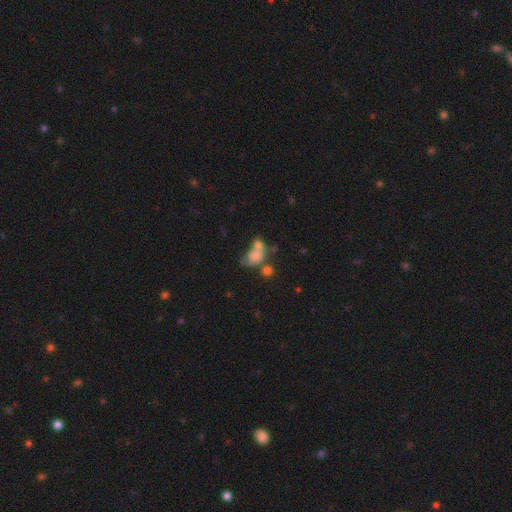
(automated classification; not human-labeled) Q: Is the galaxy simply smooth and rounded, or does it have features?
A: smooth — 66%.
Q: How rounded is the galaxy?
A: in between — 58%.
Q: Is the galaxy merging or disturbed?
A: merger — 48%.